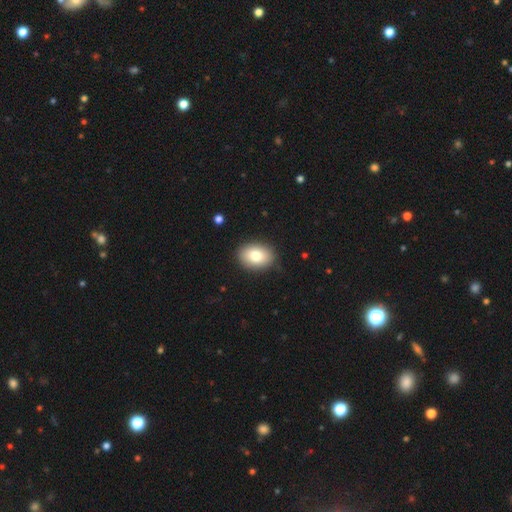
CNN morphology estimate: Overall: smooth (82%). How rounded: in between (78%). Merging: none (87%).